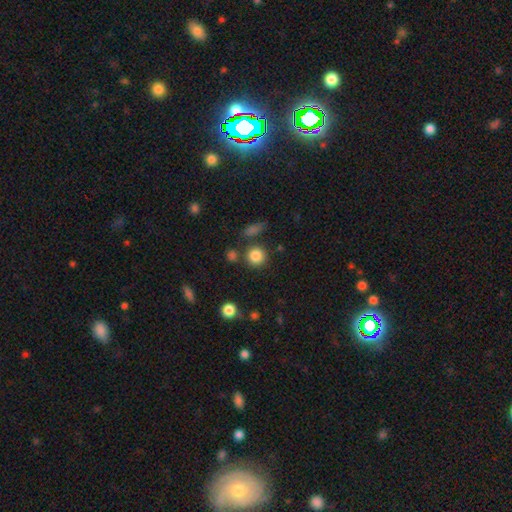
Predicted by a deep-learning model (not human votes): Overall: smooth (84%). How rounded: round (91%). Merging: none (79%).